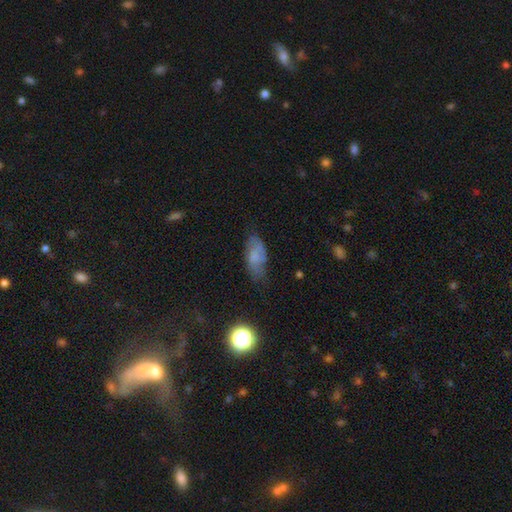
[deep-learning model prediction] A smooth galaxy with no disk features (62%) that is in between round and cigar-shaped (87%).

Vote fractions:
- Smooth or featured? smooth: 62% / featured or disk: 26% / star or artifact: 11%
- How rounded? in between: 87% / cigar-shaped: 9% / round: 4%
- Merging? none: 59% / minor disturbance: 28% / major disturbance: 11% / merger: 2%